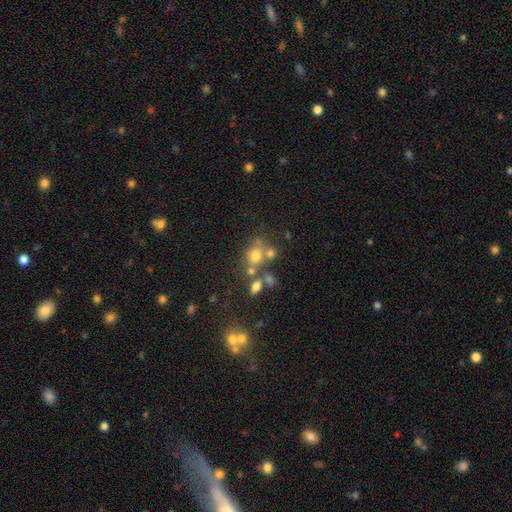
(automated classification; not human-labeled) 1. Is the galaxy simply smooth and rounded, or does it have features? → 63% smooth, 19% star or artifact, 17% featured or disk.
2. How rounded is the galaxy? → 66% round, 32% in between, 1% cigar-shaped.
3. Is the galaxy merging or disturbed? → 48% none, 32% merger, 13% minor disturbance, 7% major disturbance.